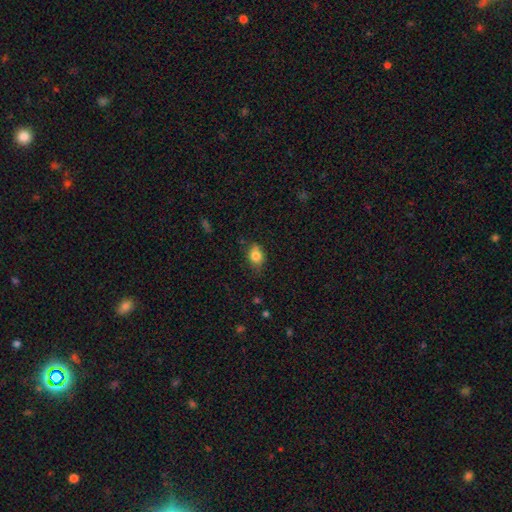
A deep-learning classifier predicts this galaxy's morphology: Overall: smooth (82%). How rounded: in between (64%; round 34%). Merging: none (67%).